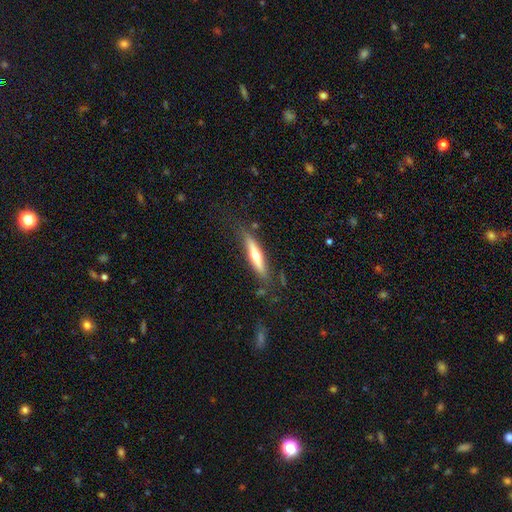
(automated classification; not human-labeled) This is possibly a featured or disk galaxy (55%). It is clearly viewed edge-on (92%). Edge-on bulge: clearly rounded (90%). Merging: likely none (77%).